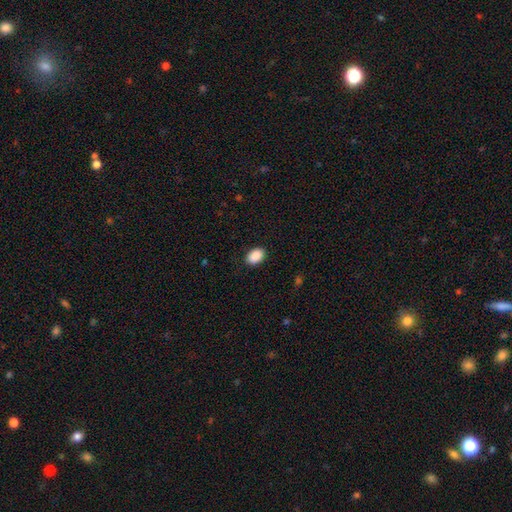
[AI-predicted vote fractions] smooth-or-featured: smooth: 90% | star or artifact: 7% | featured or disk: 3%
  how-rounded: in between: 86% | round: 13% | cigar-shaped: 1%
  merging: none: 89% | minor disturbance: 8% | major disturbance: 2% | merger: 1%